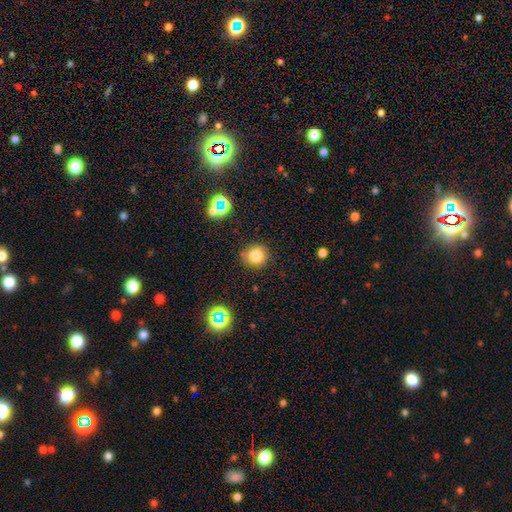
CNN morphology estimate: Smooth or featured? smooth (78%)
How rounded? round (88%)
Merging? none (86%)